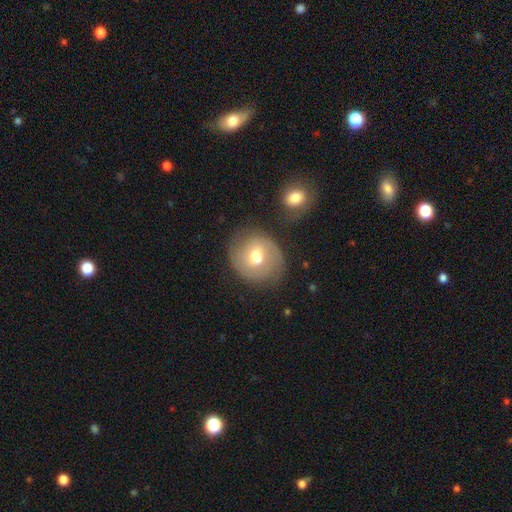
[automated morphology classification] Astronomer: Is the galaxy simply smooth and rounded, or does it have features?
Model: smooth — 47% (runner-up: featured or disk, 44%).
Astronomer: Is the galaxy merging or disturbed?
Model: none — 66%.